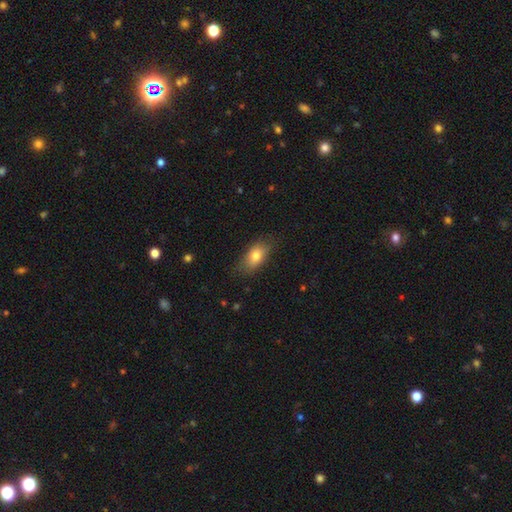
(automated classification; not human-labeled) smooth_or_featured: smooth (p=0.78) [alt: featured or disk p=0.14]
how_rounded: in between (p=0.86) [alt: round p=0.07]
merging: none (p=0.76) [alt: minor disturbance p=0.18]